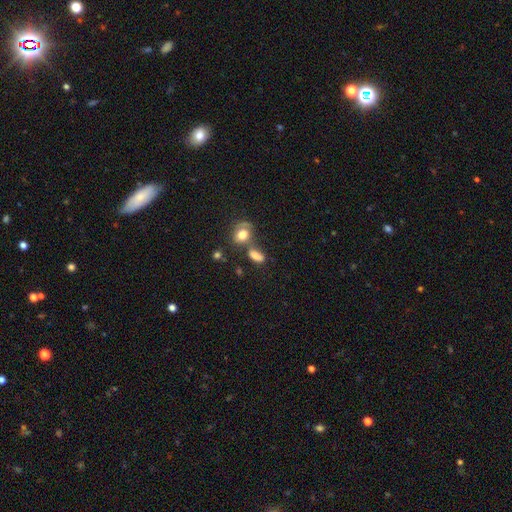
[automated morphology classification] Smooth or featured: smooth — 78% (featured or disk — 11%)
How rounded: in between — 77% (round — 14%)
Merging: none — 45% (merger — 31%)